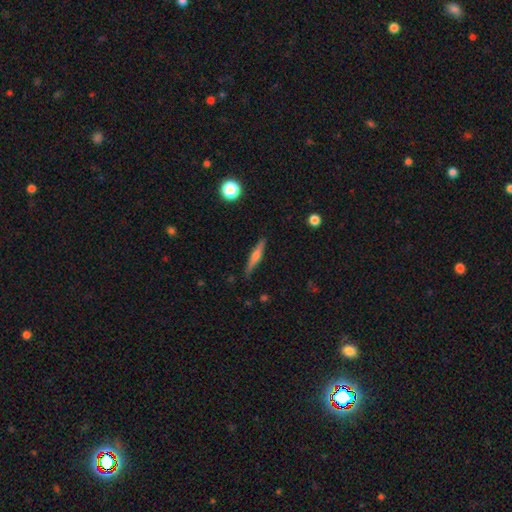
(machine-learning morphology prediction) type=featured or disk (57%); edge-on=yes (97%); edge-on bulge=rounded (80%); merging=none (88%).